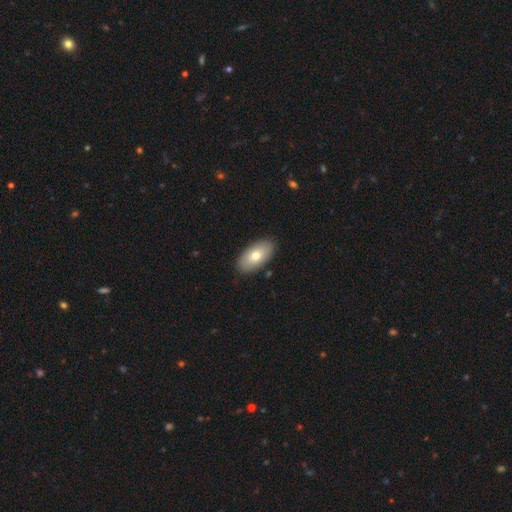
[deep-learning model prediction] A smooth galaxy with no disk features (73%) that is in between round and cigar-shaped (95%).

Vote fractions:
- Smooth or featured? smooth: 73% / featured or disk: 21% / star or artifact: 6%
- How rounded? in between: 95% / round: 3% / cigar-shaped: 3%
- Merging? none: 88% / minor disturbance: 9% / major disturbance: 2% / merger: 1%